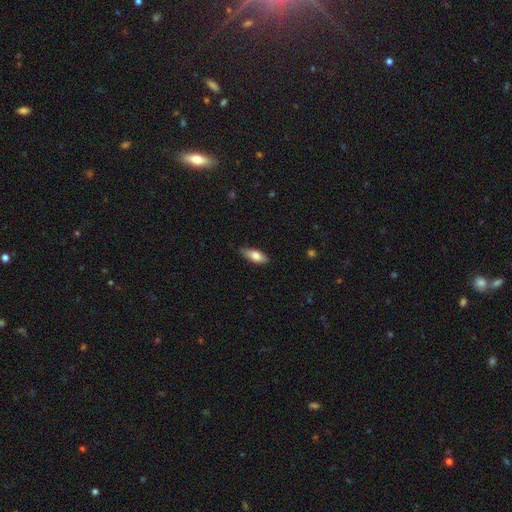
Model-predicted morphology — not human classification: type=smooth (76%); roundness=in between (76%); merging=none (73%).